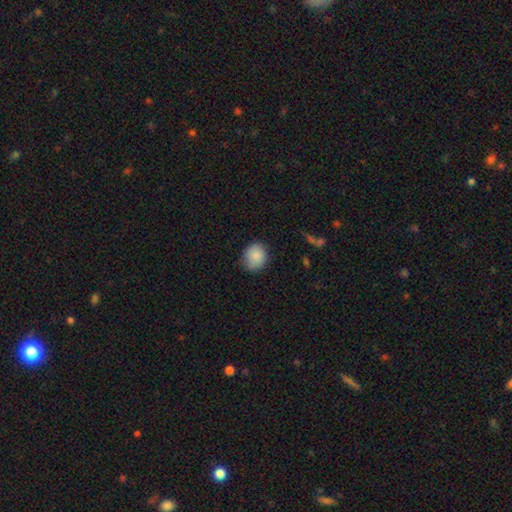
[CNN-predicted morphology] Smooth or featured: smooth — 87% (star or artifact — 8%)
How rounded: round — 62% (in between — 37%)
Merging: none — 74% (minor disturbance — 21%)